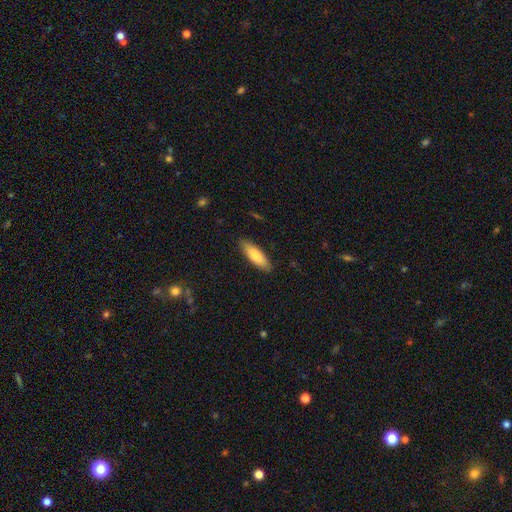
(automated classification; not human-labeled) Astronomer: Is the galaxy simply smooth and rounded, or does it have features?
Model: smooth — 82%.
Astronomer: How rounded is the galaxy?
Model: in between — 55% (runner-up: cigar-shaped, 44%).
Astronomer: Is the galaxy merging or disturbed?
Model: none — 86%.